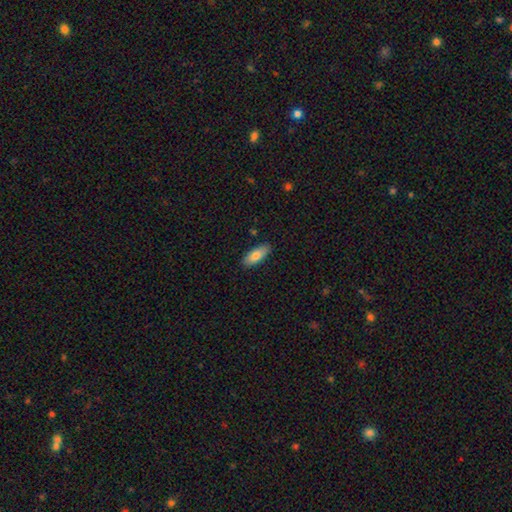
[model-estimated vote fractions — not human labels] Smooth or featured: smooth — 80% (featured or disk — 14%)
How rounded: in between — 78% (cigar-shaped — 20%)
Merging: none — 88% (minor disturbance — 9%)